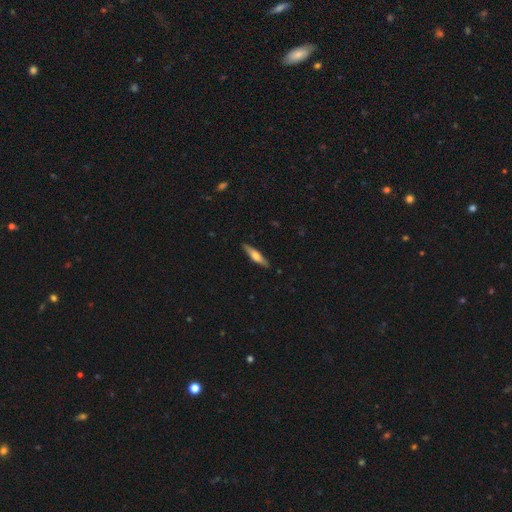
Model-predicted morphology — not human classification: smooth_or_featured: smooth (p=0.51) [alt: featured or disk p=0.43]
how_rounded: cigar-shaped (p=0.80) [alt: in between p=0.18]
merging: none (p=0.89) [alt: minor disturbance p=0.08]